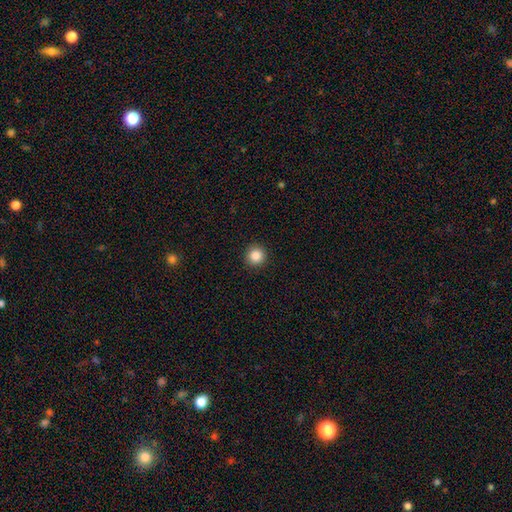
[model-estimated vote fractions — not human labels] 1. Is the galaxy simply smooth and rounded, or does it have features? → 86% smooth, 10% star or artifact, 3% featured or disk.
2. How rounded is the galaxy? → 95% round, 4% in between, 1% cigar-shaped.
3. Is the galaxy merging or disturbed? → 92% none, 5% minor disturbance, 2% major disturbance, 1% merger.